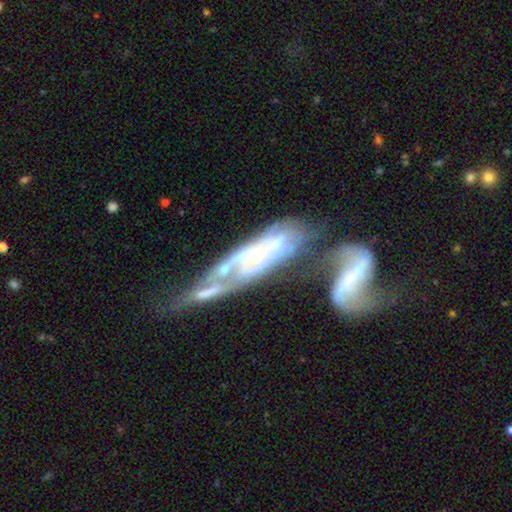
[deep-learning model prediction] featured or disk 74%, smooth 18%, star or artifact 9%. Down the decision tree: edge-on disk — no (85%); bar — no (67%); spiral arms — yes (54%); bulge size — small (45%); merging — merger (59%).